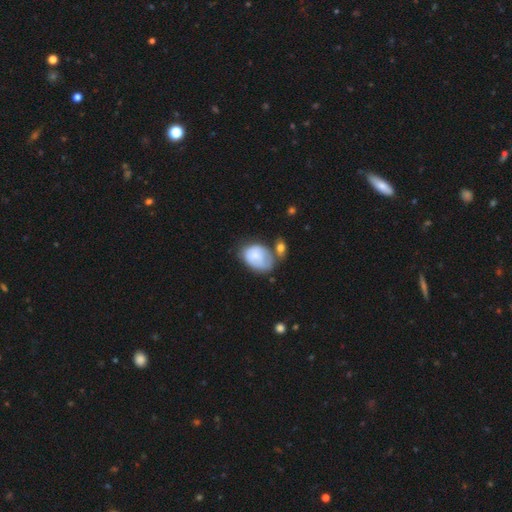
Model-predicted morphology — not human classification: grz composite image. It shows a smooth galaxy with no disk features (66%) that is in between round and cigar-shaped (76%). Merging: none (35%).